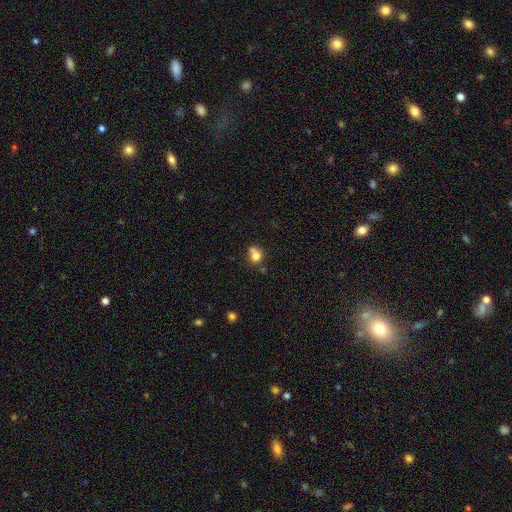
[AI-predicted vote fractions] Smooth or featured: smooth — 76% (featured or disk — 13%)
How rounded: round — 76% (in between — 23%)
Merging: none — 40% (tied with merger — 40%)